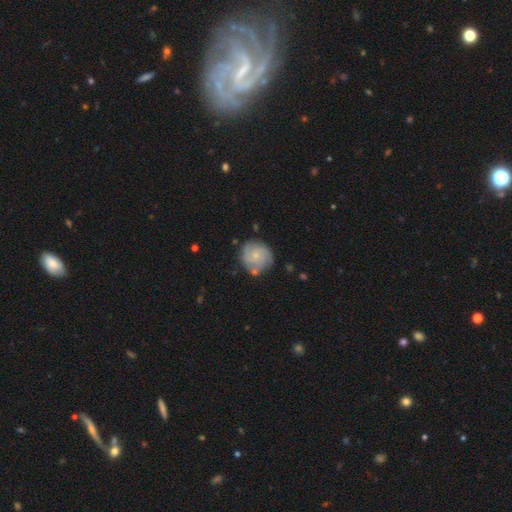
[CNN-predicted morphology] The model was most divided on "spiral arm count": 3: 33%, 2: 28%, can't tell: 23%, 4: 8%, 1: 4%, more than 4: 4%. More confident: edge-on disk — no (98%); spiral arms — yes (91%); bar — no (76%); merging — none (72%); bulge size — small (71%); smooth or featured — featured or disk (67%); spiral winding — tight (56%).